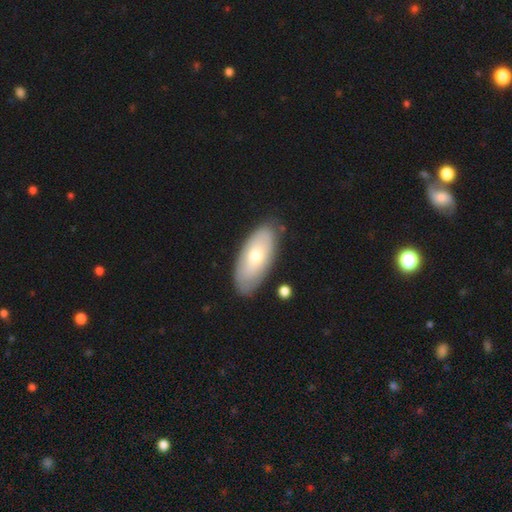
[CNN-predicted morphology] A smooth galaxy with no disk features (62%) that is in between round and cigar-shaped (89%). Merging: none (80%).